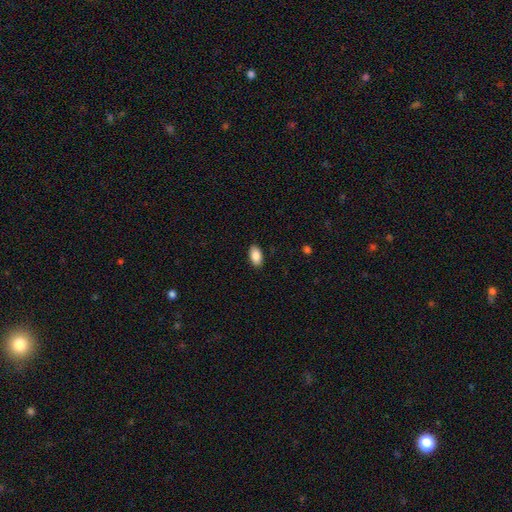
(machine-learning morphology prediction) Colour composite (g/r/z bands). It shows a smooth galaxy with no disk features (88%) that is in between round and cigar-shaped (94%). Merging: none (89%).